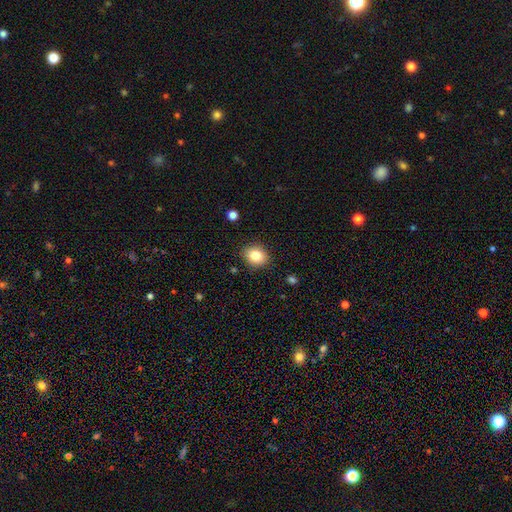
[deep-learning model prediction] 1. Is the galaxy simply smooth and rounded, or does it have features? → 82% smooth, 10% star or artifact, 8% featured or disk.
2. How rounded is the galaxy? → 63% round, 37% in between, 1% cigar-shaped.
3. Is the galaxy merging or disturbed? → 88% none, 9% minor disturbance, 2% major disturbance, 1% merger.